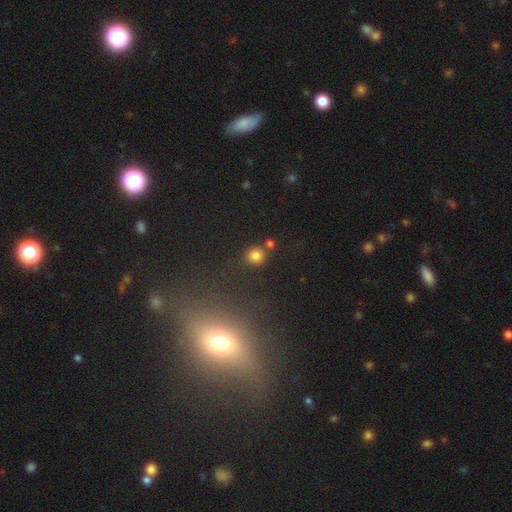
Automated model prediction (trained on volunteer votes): Q: Smooth or featured?
A: smooth (80%); runner-up: star or artifact (15%)
Q: How rounded?
A: round (90%); runner-up: in between (9%)
Q: Merging?
A: none (75%); runner-up: merger (14%)